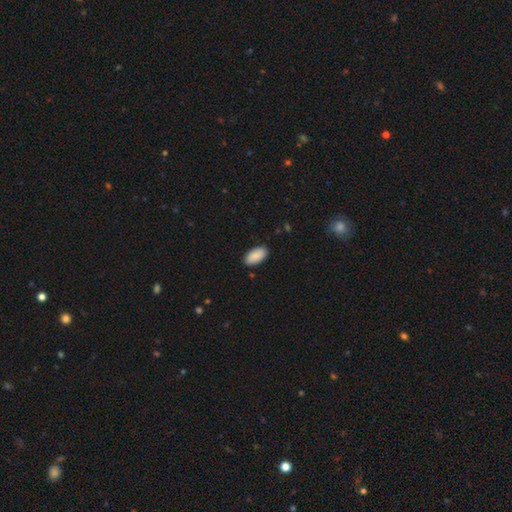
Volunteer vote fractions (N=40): This is clearly a smooth galaxy (92%). How rounded: clearly in between (100%). Merging: clearly none (92%).